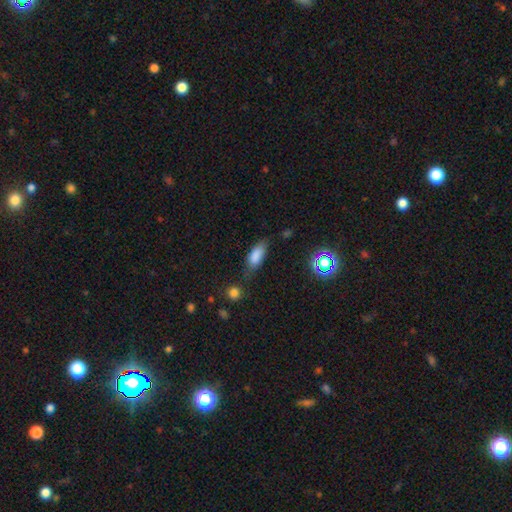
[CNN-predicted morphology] Smooth or featured? smooth (81%)
How rounded? in between (78%)
Merging? none (58%)